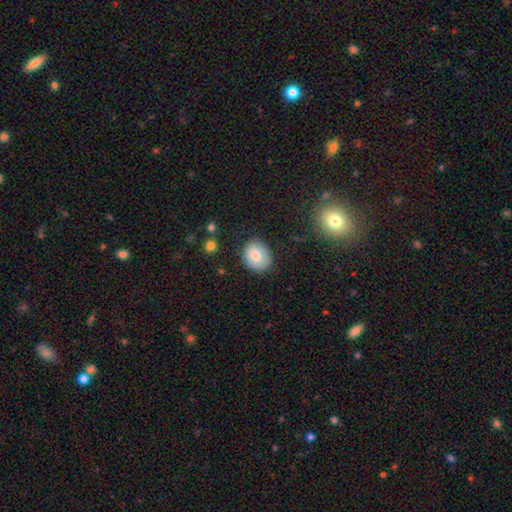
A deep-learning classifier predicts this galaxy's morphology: Smooth or featured? Predicted: smooth (p=0.80). How rounded? Predicted: in between (p=0.57). Merging? Predicted: none (p=0.76).